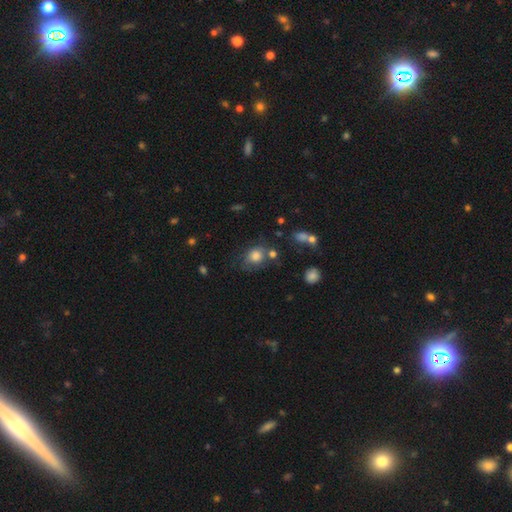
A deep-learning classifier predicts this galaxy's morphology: The model was most divided on "merging": none: 53%, minor disturbance: 23%, major disturbance: 13%, merger: 11%. More confident: smooth or featured — smooth (75%); how rounded — round (66%).